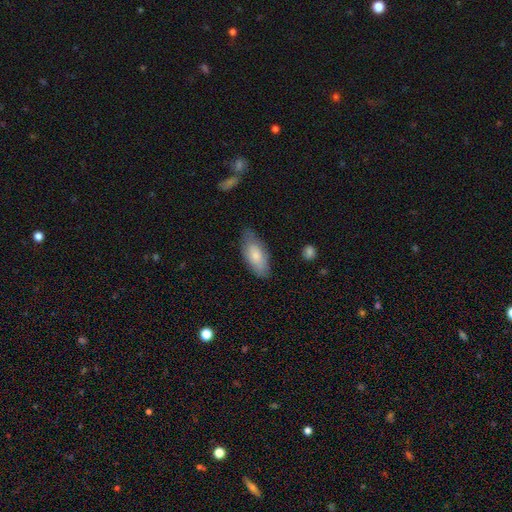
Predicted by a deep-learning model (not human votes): Smooth or featured? Predicted: smooth (p=0.76). How rounded? Predicted: in between (p=0.89). Merging? Predicted: none (p=0.70).